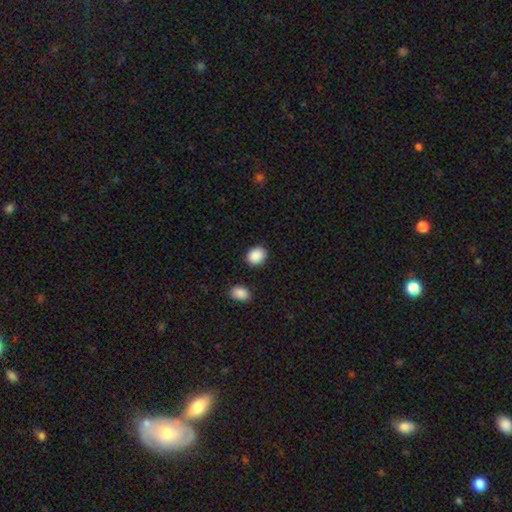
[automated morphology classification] Smooth or featured?
  - smooth: 90% *
  - star or artifact: 8%
  - featured or disk: 3%
How rounded?
  - round: 51% *
  - in between: 48%
  - cigar-shaped: 1%
Merging?
  - none: 86% *
  - minor disturbance: 9%
  - merger: 3%
  - major disturbance: 3%